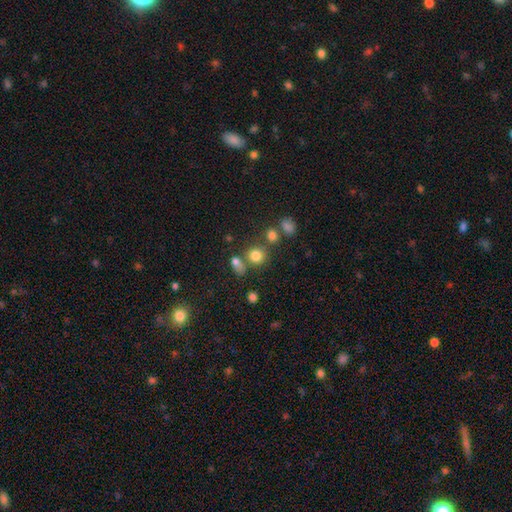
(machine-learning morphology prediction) Smooth or featured?
  - smooth: 77% *
  - star or artifact: 15%
  - featured or disk: 8%
How rounded?
  - round: 82% *
  - in between: 17%
  - cigar-shaped: 1%
Merging?
  - none: 63% *
  - merger: 21%
  - minor disturbance: 11%
  - major disturbance: 5%